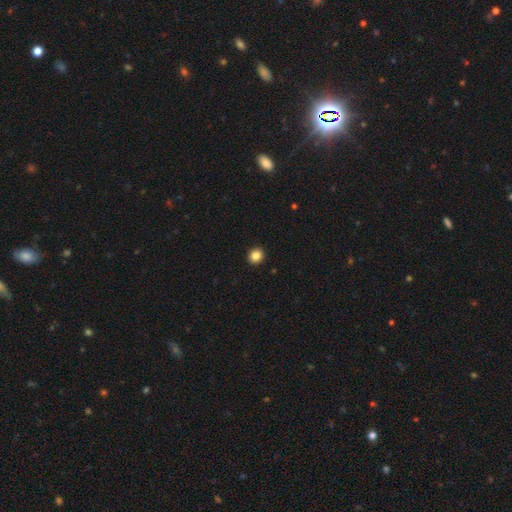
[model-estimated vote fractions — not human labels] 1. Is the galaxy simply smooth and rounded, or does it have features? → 86% smooth, 10% star or artifact, 4% featured or disk.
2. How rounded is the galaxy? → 81% round, 18% in between, 1% cigar-shaped.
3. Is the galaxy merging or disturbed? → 93% none, 5% minor disturbance, 1% major disturbance, 1% merger.